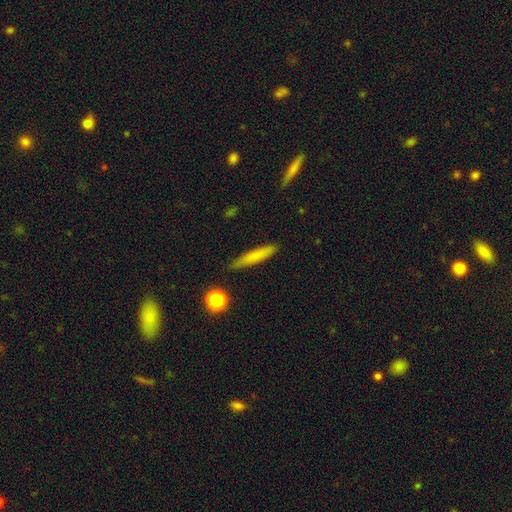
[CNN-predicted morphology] A smooth galaxy with no disk features (74%) that is cigar-shaped (91%).

Vote fractions:
- Smooth or featured? smooth: 74% / featured or disk: 18% / star or artifact: 8%
- How rounded? cigar-shaped: 91% / in between: 8% / round: 2%
- Merging? none: 86% / minor disturbance: 10% / major disturbance: 2% / merger: 2%